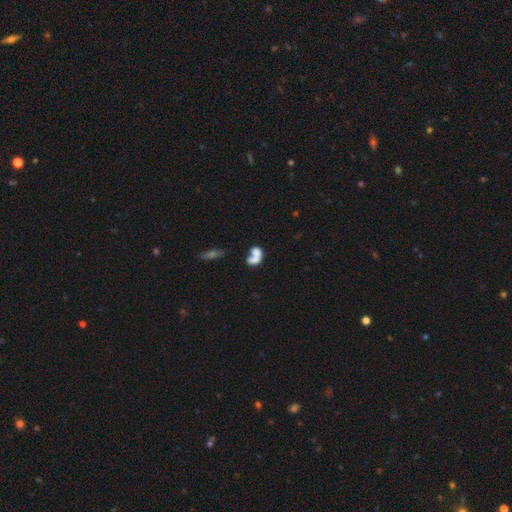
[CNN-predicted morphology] This is likely a smooth galaxy (63%). How rounded: likely in between (74%). Merging: likely merger (62%).